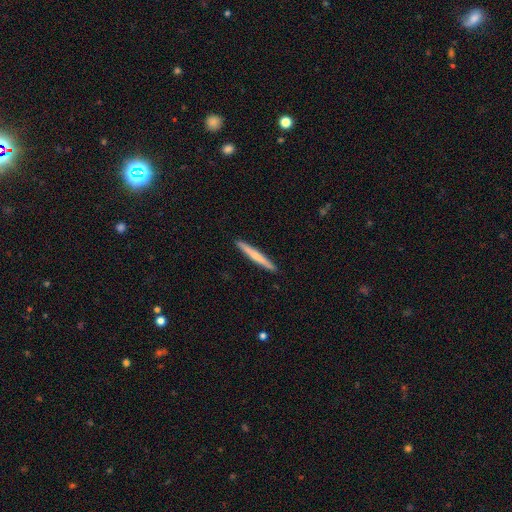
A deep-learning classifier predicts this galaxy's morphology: A smooth galaxy with no disk features (53%) that is cigar-shaped (96%).

Vote fractions:
- Smooth or featured? smooth: 53% / featured or disk: 42% / star or artifact: 5%
- How rounded? cigar-shaped: 96% / in between: 2% / round: 1%
- Merging? none: 92% / minor disturbance: 6% / major disturbance: 1% / merger: 1%